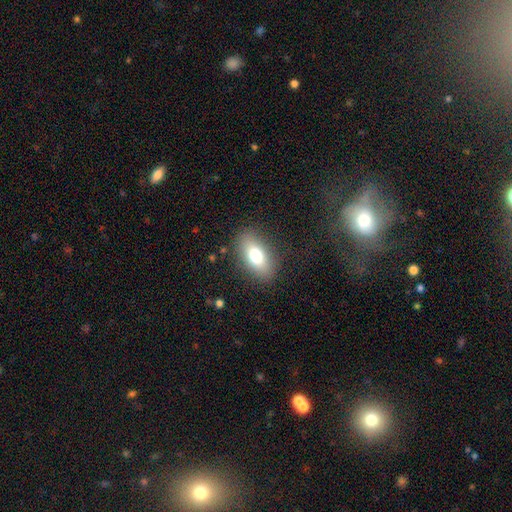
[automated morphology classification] Smooth or featured? smooth (77%)
How rounded? in between (89%)
Merging? none (84%)